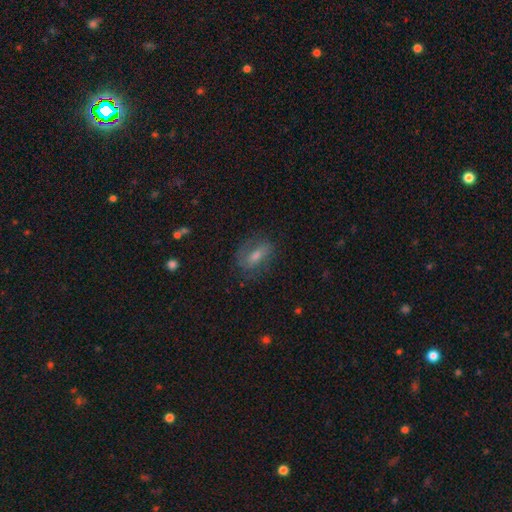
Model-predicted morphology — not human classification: A smooth galaxy with no disk features (50%) that is in between round and cigar-shaped (73%).

Vote fractions:
- Smooth or featured? smooth: 50% / featured or disk: 39% / star or artifact: 11%
- How rounded? in between: 73% / cigar-shaped: 13% / round: 13%
- Merging? none: 68% / minor disturbance: 19% / major disturbance: 11% / merger: 2%